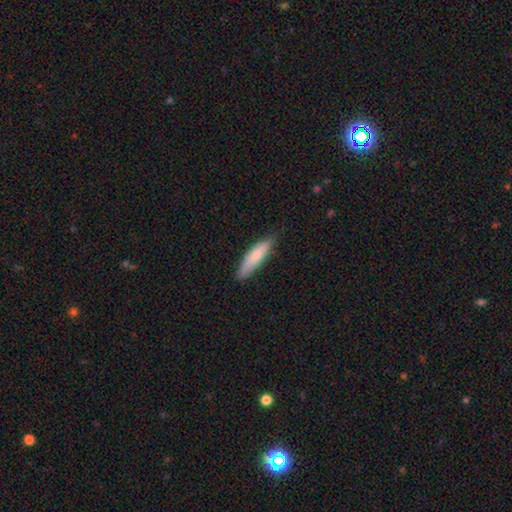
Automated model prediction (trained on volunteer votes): A smooth galaxy with no disk features (78%) that is cigar-shaped (70%). Merging: none (77%).